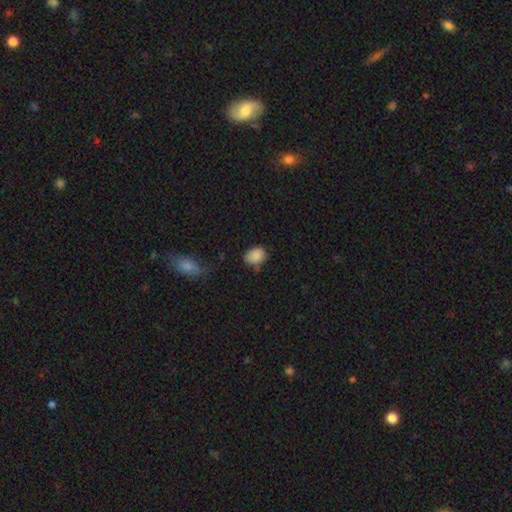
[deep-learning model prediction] Morphology: type=smooth (86%); roundness=in between (60%); merging=none (68%).